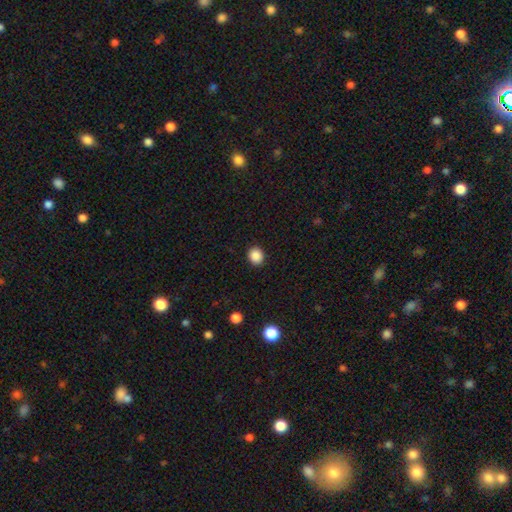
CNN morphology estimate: Overall: smooth (88%). How rounded: round (72%). Merging: none (91%).